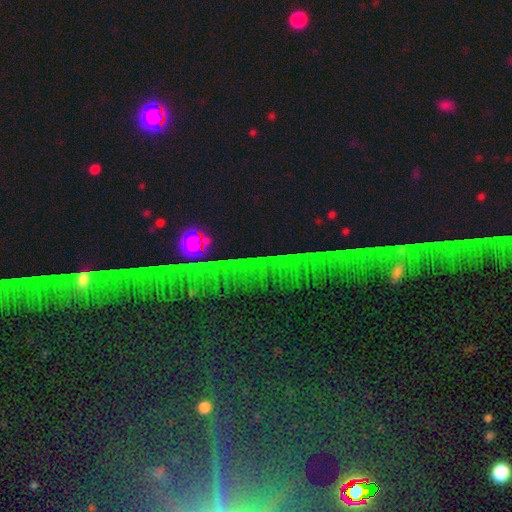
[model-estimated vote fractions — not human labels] Smooth or featured?
  - star or artifact: 82% *
  - featured or disk: 9%
  - smooth: 9%